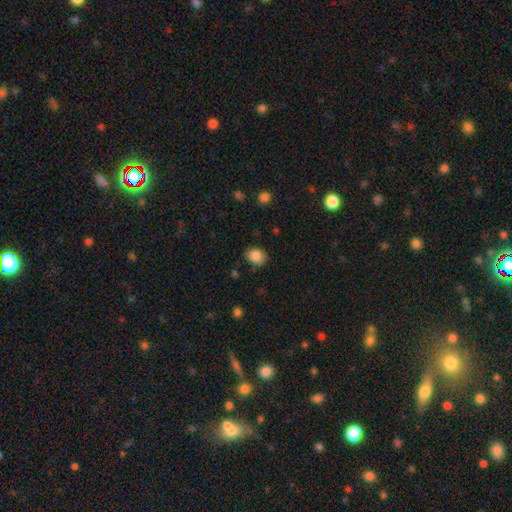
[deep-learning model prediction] A smooth galaxy with no disk features (85%) that is round (51%).

Vote fractions:
- Smooth or featured? smooth: 85% / star or artifact: 9% / featured or disk: 6%
- How rounded? round: 51% / in between: 48% / cigar-shaped: 1%
- Merging? none: 80% / minor disturbance: 16% / major disturbance: 3% / merger: 2%